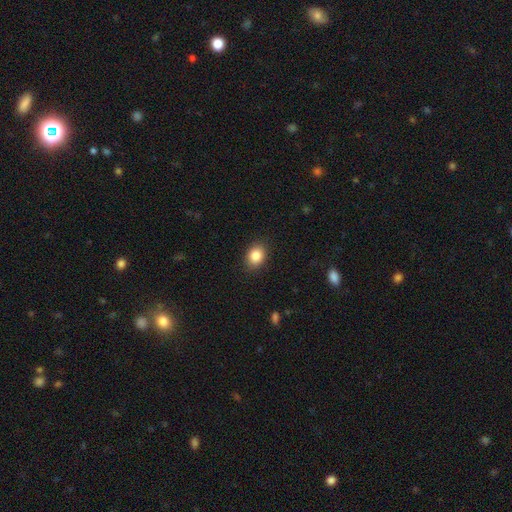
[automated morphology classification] Q: Smooth or featured?
A: smooth (85%); runner-up: star or artifact (9%)
Q: How rounded?
A: in between (61%); runner-up: round (38%)
Q: Merging?
A: none (88%); runner-up: minor disturbance (9%)